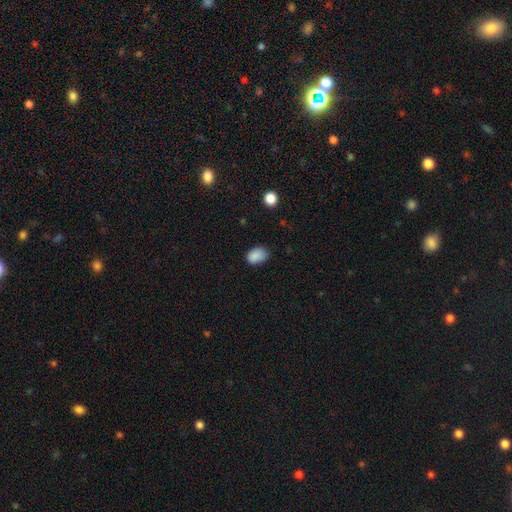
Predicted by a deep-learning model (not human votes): A smooth galaxy with no disk features (87%) that is in between round and cigar-shaped (79%). Merging: none (69%).